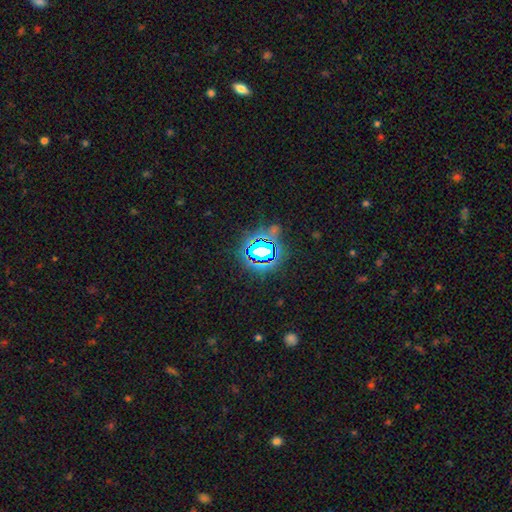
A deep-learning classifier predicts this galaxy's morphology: Smooth or featured: star or artifact — 74% (smooth — 16%)